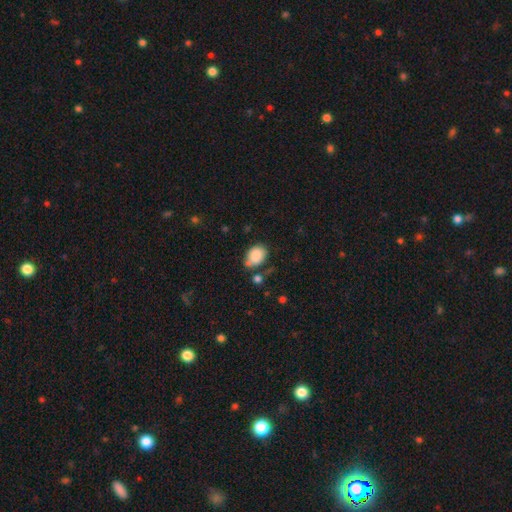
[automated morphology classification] Smooth or featured?
  - smooth: 86% *
  - star or artifact: 8%
  - featured or disk: 6%
How rounded?
  - in between: 66% *
  - round: 33%
  - cigar-shaped: 1%
Merging?
  - none: 55% *
  - minor disturbance: 24%
  - merger: 14%
  - major disturbance: 7%